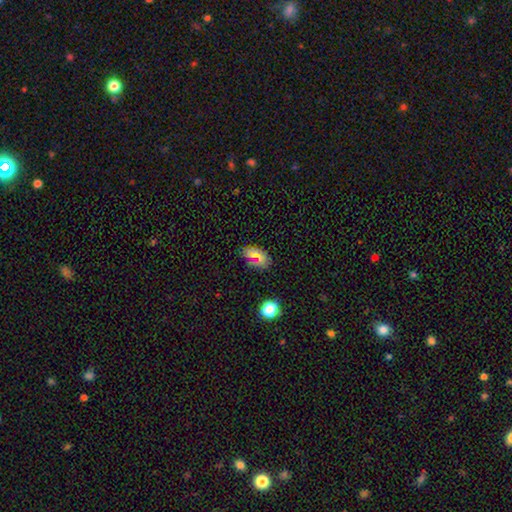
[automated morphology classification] smooth 65%, star or artifact 25%, featured or disk 10%. Down the decision tree: how rounded — in between (85%); merging — none (83%).